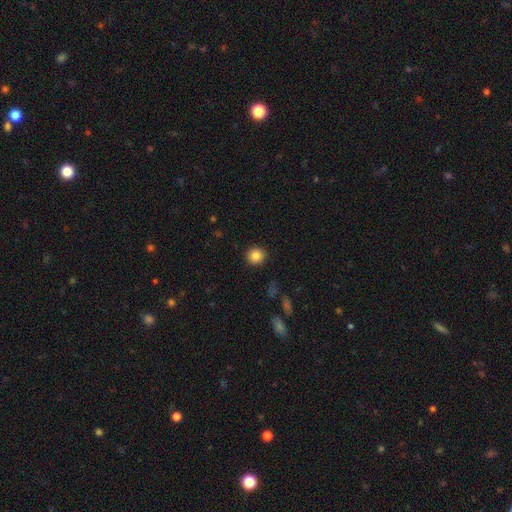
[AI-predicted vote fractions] Smooth or featured?
  - smooth: 84% *
  - star or artifact: 10%
  - featured or disk: 5%
How rounded?
  - round: 92% *
  - in between: 7%
  - cigar-shaped: 1%
Merging?
  - none: 92% *
  - minor disturbance: 5%
  - major disturbance: 2%
  - merger: 1%